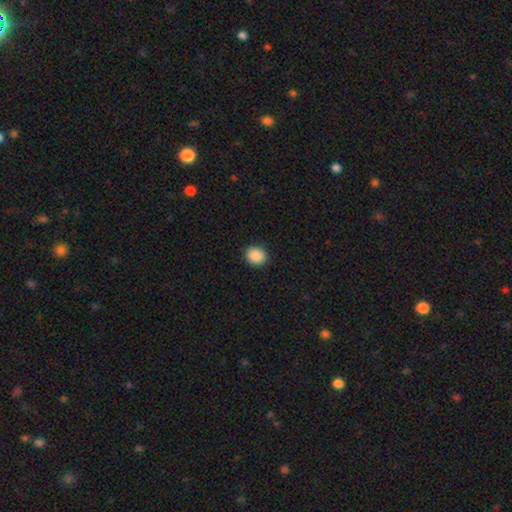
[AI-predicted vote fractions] A smooth galaxy with no disk features (89%) that is round (79%).

Vote fractions:
- Smooth or featured? smooth: 89% / star or artifact: 8% / featured or disk: 3%
- How rounded? round: 79% / in between: 20% / cigar-shaped: 1%
- Merging? none: 91% / minor disturbance: 6% / major disturbance: 2% / merger: 1%